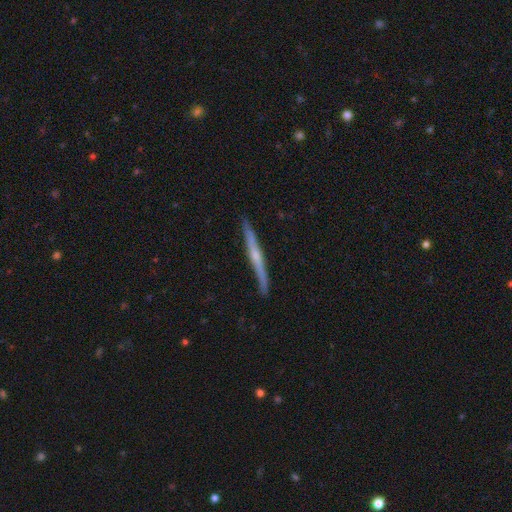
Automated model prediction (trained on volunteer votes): Smooth or featured? Predicted: featured or disk (p=0.71). Edge-on disk? Predicted: yes (p=0.98). Edge-on bulge? Predicted: rounded (p=0.60). Merging? Predicted: none (p=0.90).